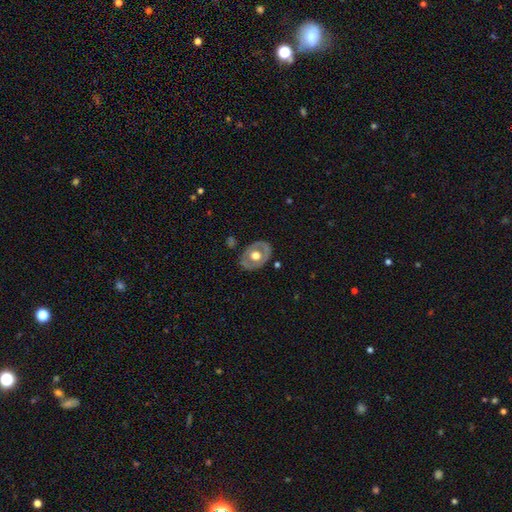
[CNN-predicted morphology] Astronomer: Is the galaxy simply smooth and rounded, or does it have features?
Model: featured or disk — 56% (runner-up: smooth, 39%).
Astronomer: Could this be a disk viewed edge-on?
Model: no — 91%.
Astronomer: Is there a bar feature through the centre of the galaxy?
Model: no — 89%.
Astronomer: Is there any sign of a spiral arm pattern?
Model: no — 88%.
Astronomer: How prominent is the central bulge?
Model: moderate — 56% (runner-up: large, 39%).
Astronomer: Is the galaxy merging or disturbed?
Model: none — 79%.